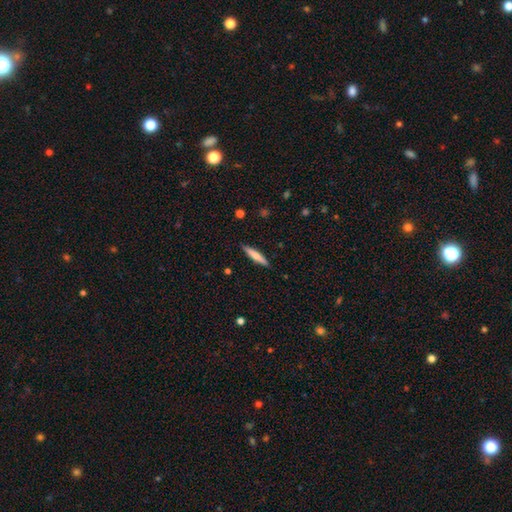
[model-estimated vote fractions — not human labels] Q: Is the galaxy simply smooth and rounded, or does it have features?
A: smooth — 62%.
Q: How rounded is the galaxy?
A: cigar-shaped — 90%.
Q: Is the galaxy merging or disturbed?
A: none — 90%.